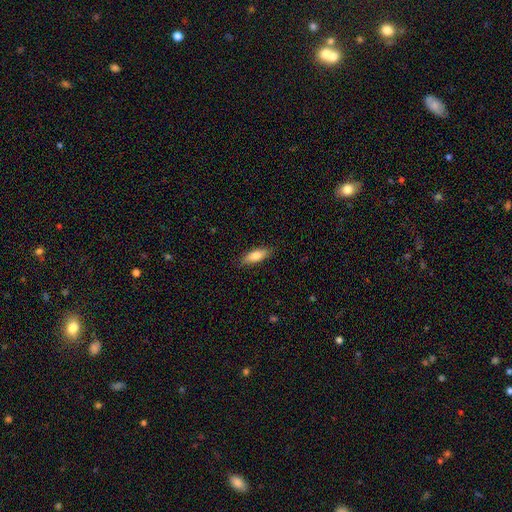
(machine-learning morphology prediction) This appears to be a smooth galaxy with no disk features (80%) that is in between round and cigar-shaped (61%). Merging: none (87%).